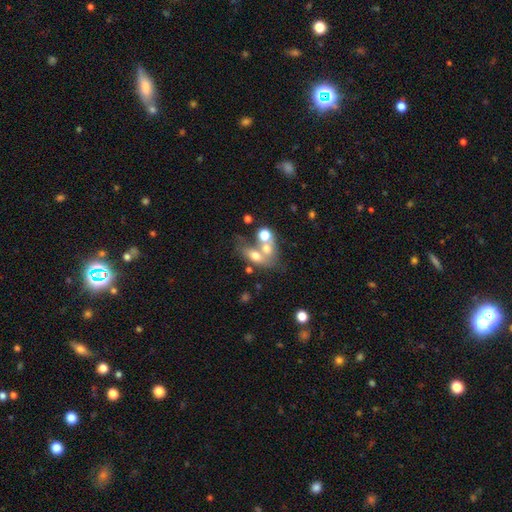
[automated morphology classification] This appears to be a smooth galaxy with no disk features (58%) that is in between round and cigar-shaped (67%). Merging: merger (56%).